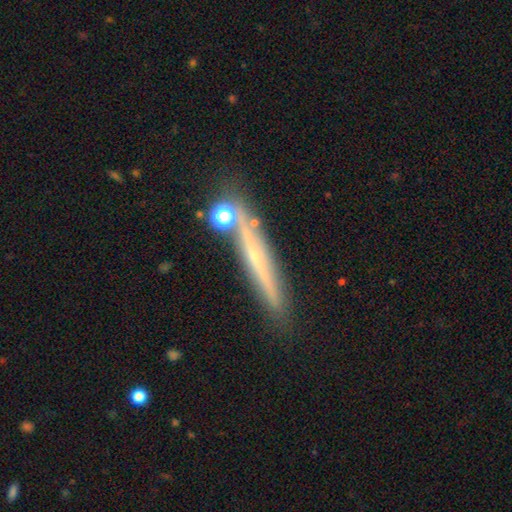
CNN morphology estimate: smooth_or_featured: featured or disk (p=0.58) [alt: smooth p=0.31]
disk_edge_on: yes (p=0.93) [alt: no p=0.07]
edge_on_bulge: none (p=0.54) [alt: rounded p=0.41]
merging: none (p=0.78) [alt: minor disturbance p=0.12]